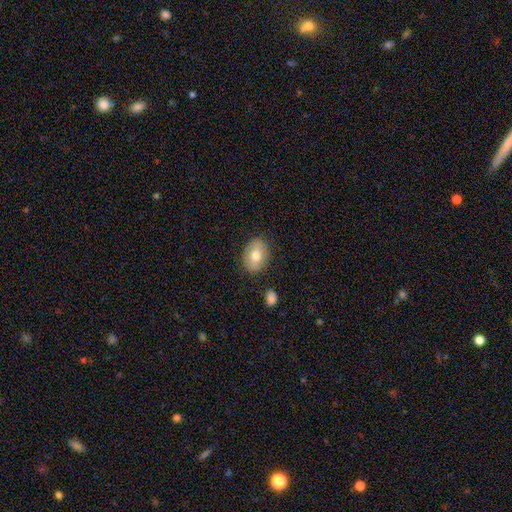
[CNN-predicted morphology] smooth 72%, featured or disk 21%, star or artifact 7%. Down the decision tree: how rounded — in between (74%); merging — none (84%).